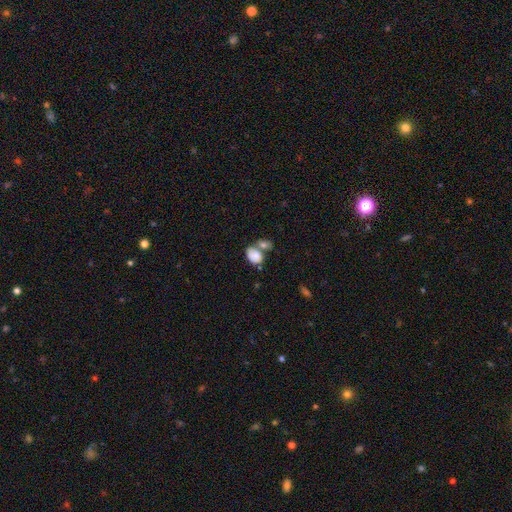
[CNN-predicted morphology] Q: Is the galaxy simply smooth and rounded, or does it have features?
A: smooth — 77%.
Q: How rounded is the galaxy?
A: in between — 75%.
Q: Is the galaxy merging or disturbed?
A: merger — 51%.